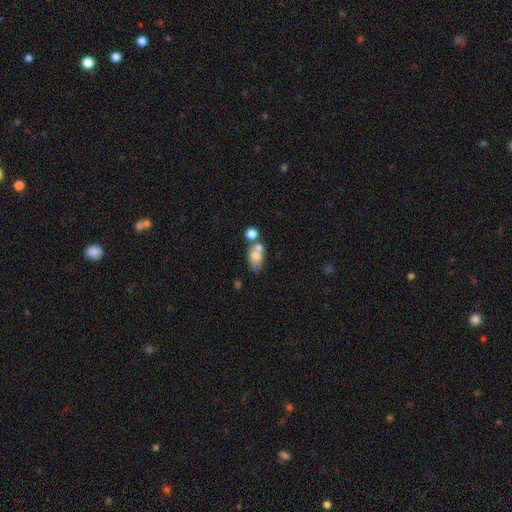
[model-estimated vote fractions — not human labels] Smooth or featured: smooth — 65% (featured or disk — 24%)
How rounded: in between — 81% (round — 17%)
Merging: merger — 41% (none — 38%)